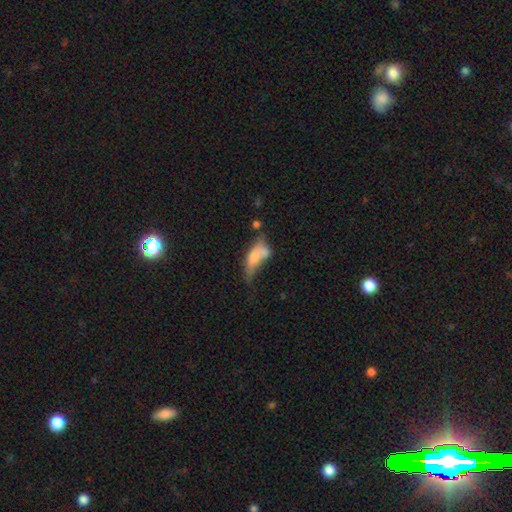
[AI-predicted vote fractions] smooth-or-featured: smooth: 60% | featured or disk: 31% | star or artifact: 9%
  how-rounded: in between: 65% | cigar-shaped: 30% | round: 5%
  merging: merger: 28% | major disturbance: 26% | none: 24% | minor disturbance: 22%